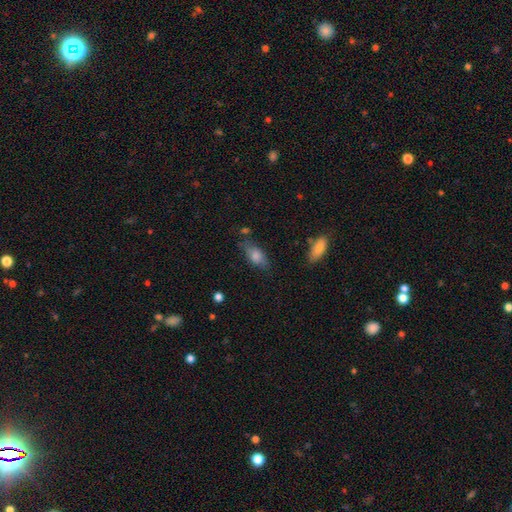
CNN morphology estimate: smooth_or_featured: smooth (p=0.75) [alt: featured or disk p=0.18]
how_rounded: in between (p=0.82) [alt: cigar-shaped p=0.14]
merging: none (p=0.64) [alt: minor disturbance p=0.24]